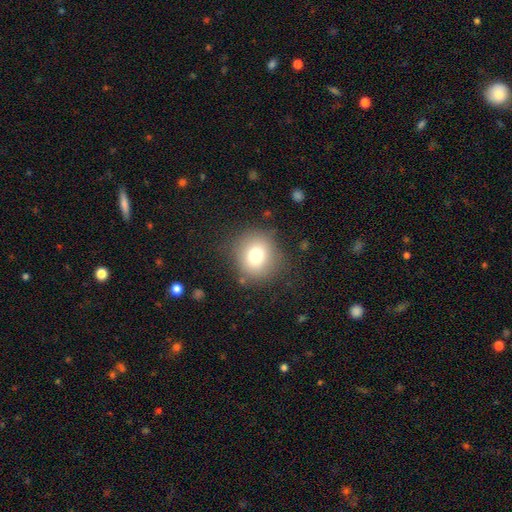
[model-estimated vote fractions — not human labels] smooth_or_featured: smooth (p=0.76) [alt: star or artifact p=0.12]
how_rounded: round (p=0.87) [alt: in between p=0.12]
merging: none (p=0.83) [alt: minor disturbance p=0.11]